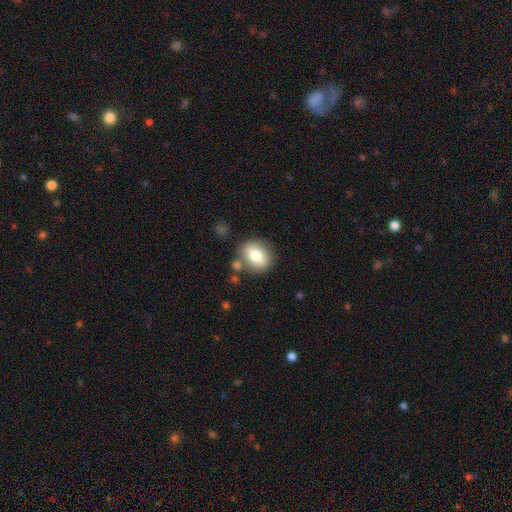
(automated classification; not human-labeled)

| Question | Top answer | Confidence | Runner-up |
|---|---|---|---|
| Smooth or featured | smooth | 74% | featured or disk (18%) |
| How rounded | in between | 54% | round (44%) |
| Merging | none | 76% | minor disturbance (12%) |